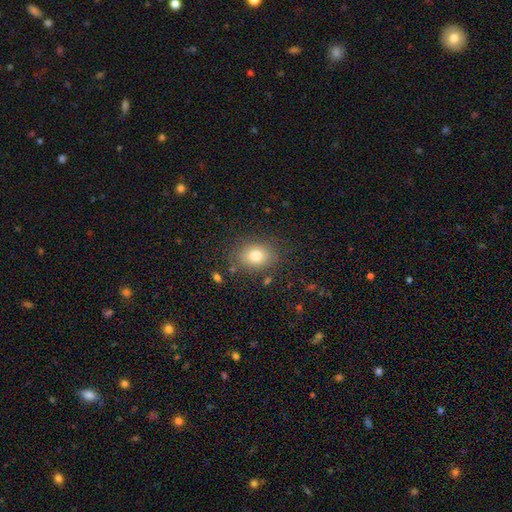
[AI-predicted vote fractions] Smooth or featured?
  - smooth: 79% *
  - star or artifact: 11%
  - featured or disk: 10%
How rounded?
  - in between: 60% *
  - round: 39%
  - cigar-shaped: 1%
Merging?
  - none: 81% *
  - minor disturbance: 12%
  - major disturbance: 4%
  - merger: 2%